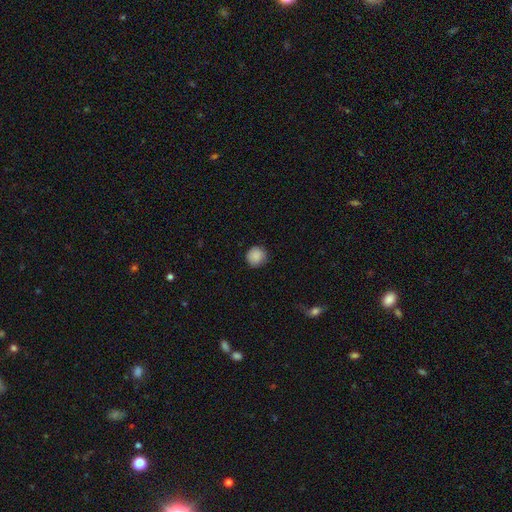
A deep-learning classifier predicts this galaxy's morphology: This is clearly a smooth galaxy (88%). How rounded: clearly round (93%). Merging: clearly none (86%).